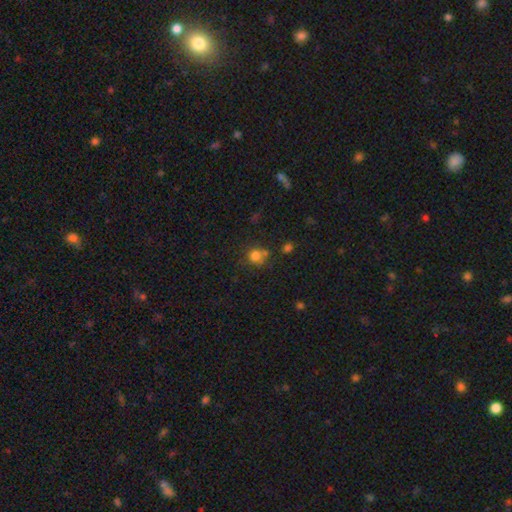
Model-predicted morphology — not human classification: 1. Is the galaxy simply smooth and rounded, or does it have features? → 76% smooth, 15% star or artifact, 9% featured or disk.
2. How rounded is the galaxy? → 83% round, 16% in between, 1% cigar-shaped.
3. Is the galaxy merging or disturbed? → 59% none, 19% merger, 16% minor disturbance, 7% major disturbance.